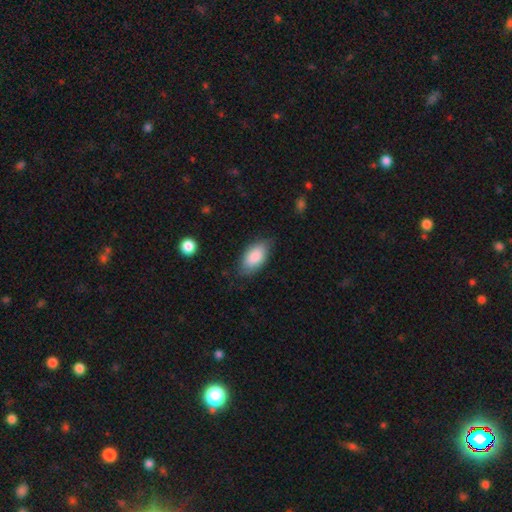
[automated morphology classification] This appears to be a smooth galaxy with no disk features (86%) that is in between round and cigar-shaped (94%). Merging: none (78%).